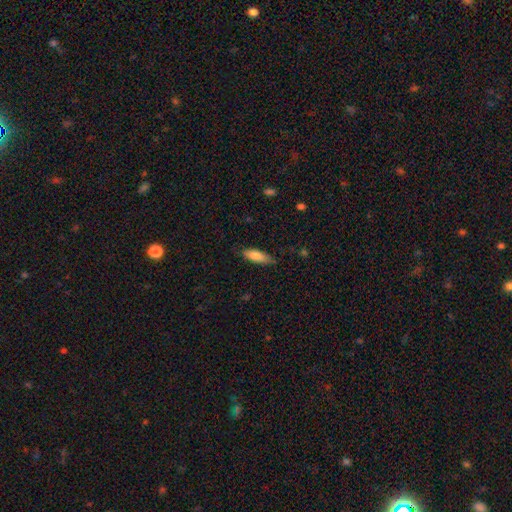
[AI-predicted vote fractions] Smooth or featured? smooth (84%)
How rounded? in between (57%)
Merging? none (75%)